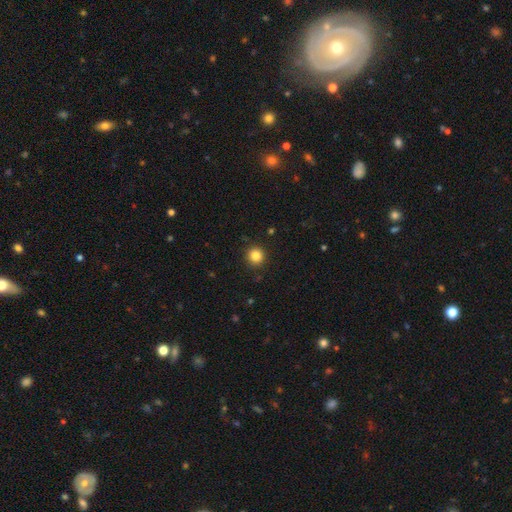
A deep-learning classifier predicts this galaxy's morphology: smooth 84%, star or artifact 11%, featured or disk 4%. Down the decision tree: how rounded — round (94%); merging — none (91%).